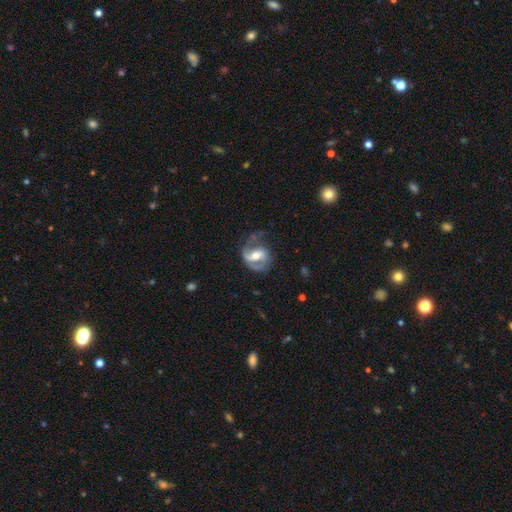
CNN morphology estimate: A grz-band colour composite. It shows a featured or disk galaxy (81%) with a weak bar (41%), 2 (71%) medium (49%) spiral arms (91%) and a moderate central bulge (67%). Merging: none (53%).